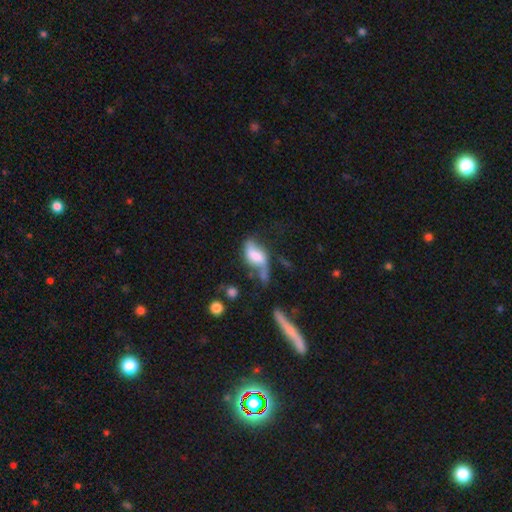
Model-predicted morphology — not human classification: A smooth galaxy with no disk features (46%). Merging: major disturbance (32%).